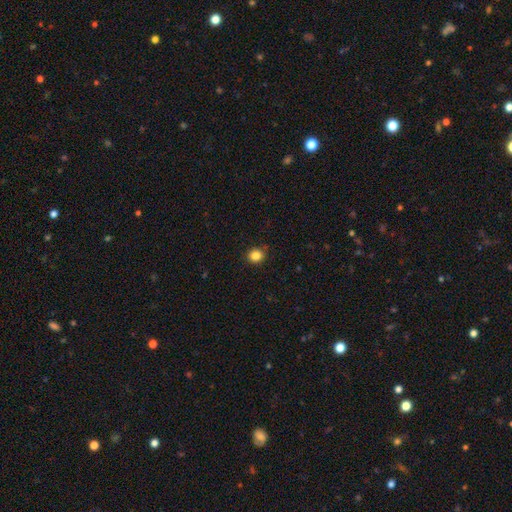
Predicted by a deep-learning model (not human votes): A smooth galaxy with no disk features (85%) that is round (82%).

Vote fractions:
- Smooth or featured? smooth: 85% / star or artifact: 11% / featured or disk: 4%
- How rounded? round: 82% / in between: 17% / cigar-shaped: 1%
- Merging? none: 88% / minor disturbance: 9% / major disturbance: 2% / merger: 1%